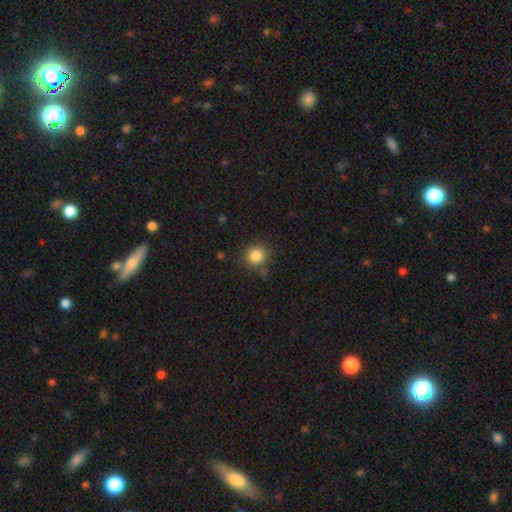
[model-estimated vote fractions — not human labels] Morphology: type=smooth (85%); roundness=round (88%); merging=none (81%).